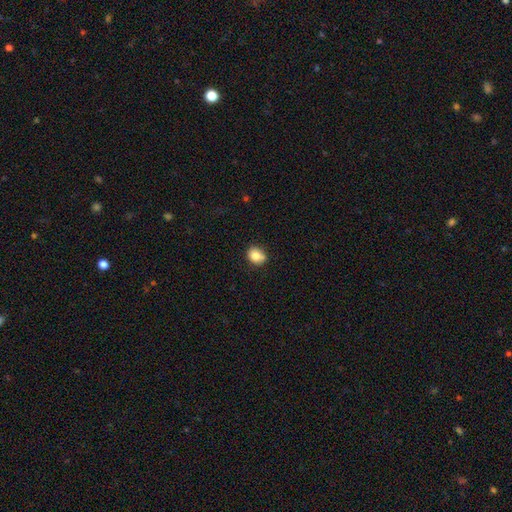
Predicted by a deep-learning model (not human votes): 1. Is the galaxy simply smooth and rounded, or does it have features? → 83% smooth, 9% star or artifact, 8% featured or disk.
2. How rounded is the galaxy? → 62% round, 37% in between, 1% cigar-shaped.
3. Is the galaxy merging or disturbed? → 70% none, 20% minor disturbance, 6% merger, 4% major disturbance.